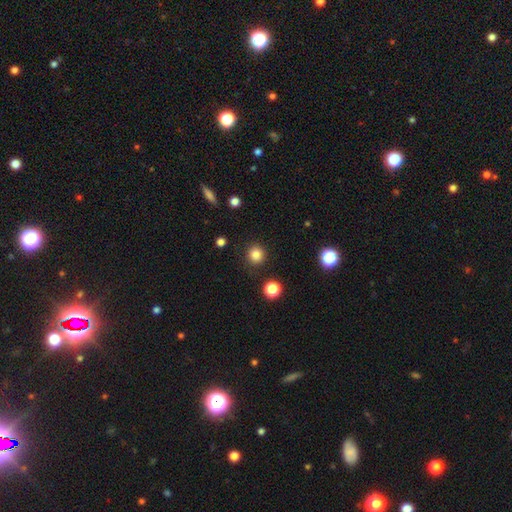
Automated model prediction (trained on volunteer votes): Morphology: type=smooth (84%); roundness=round (93%); merging=none (91%).